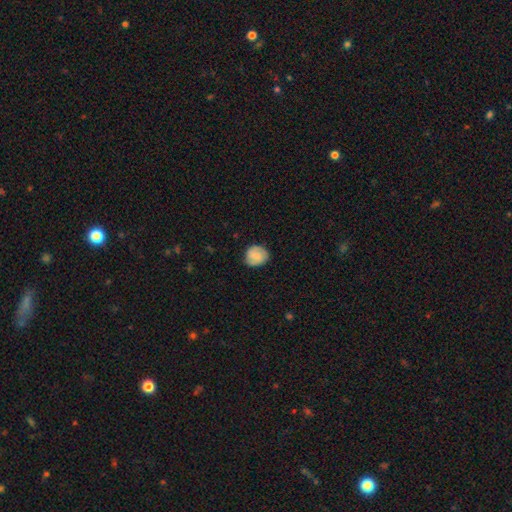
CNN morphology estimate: Overall: smooth (54%; featured or disk 38%). How rounded: round (75%). Merging: none (81%).